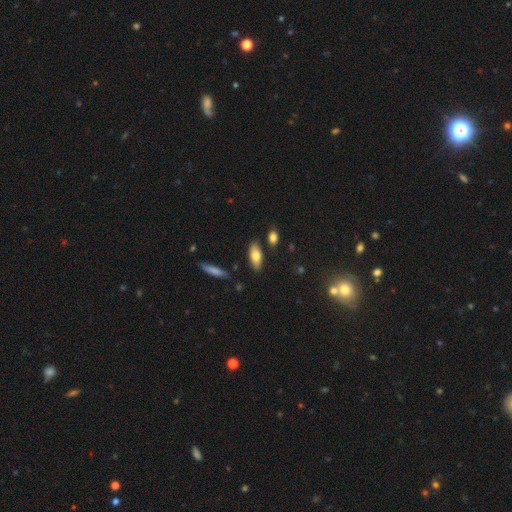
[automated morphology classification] smooth_or_featured: smooth (p=0.74) [alt: featured or disk p=0.19]
how_rounded: in between (p=0.78) [alt: cigar-shaped p=0.19]
merging: none (p=0.81) [alt: minor disturbance p=0.12]